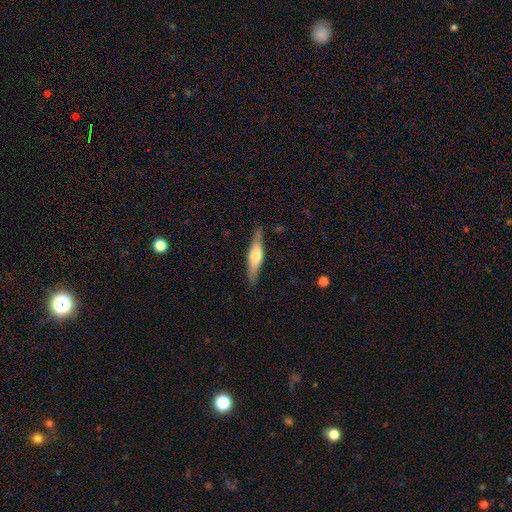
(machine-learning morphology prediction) A featured or disk galaxy (49%).

Vote fractions:
- Smooth or featured? featured or disk: 49% / smooth: 46% / star or artifact: 5%
- Merging? none: 84% / minor disturbance: 12% / major disturbance: 3% / merger: 1%